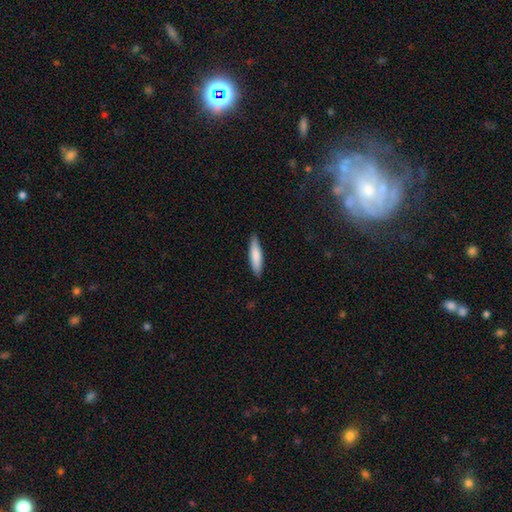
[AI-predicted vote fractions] This appears to be a smooth galaxy with no disk features (79%) that is cigar-shaped (76%). Merging: none (87%).